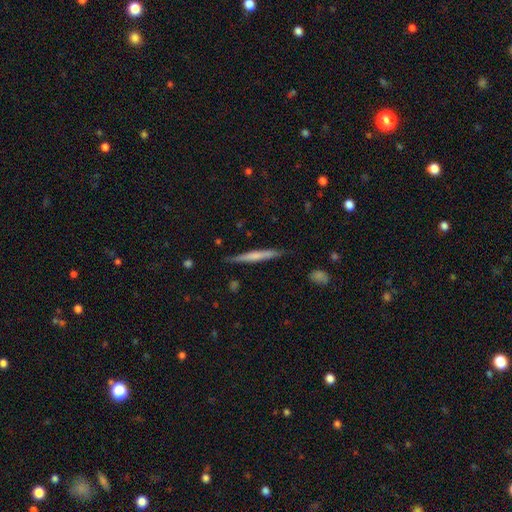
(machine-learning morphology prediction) A smooth galaxy with no disk features (49%). Merging: none (85%).